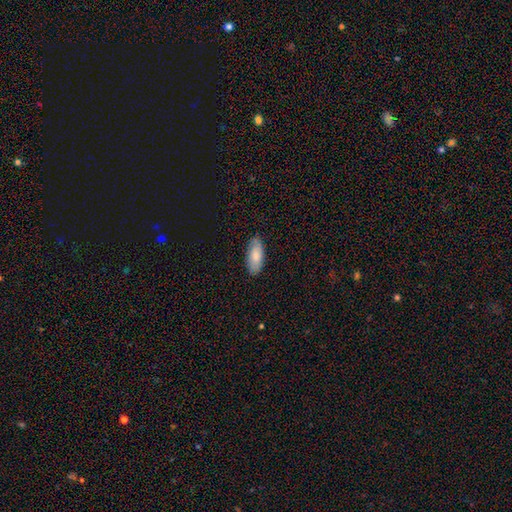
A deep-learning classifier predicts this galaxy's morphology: smooth-or-featured: smooth: 80% | featured or disk: 14% | star or artifact: 6%
  how-rounded: in between: 86% | cigar-shaped: 12% | round: 2%
  merging: none: 85% | minor disturbance: 12% | major disturbance: 2% | merger: 1%